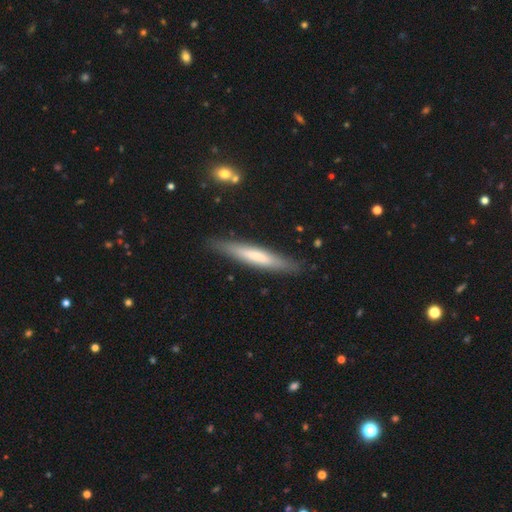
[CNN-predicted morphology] A smooth galaxy with no disk features (57%) that is cigar-shaped (92%). Merging: none (87%).